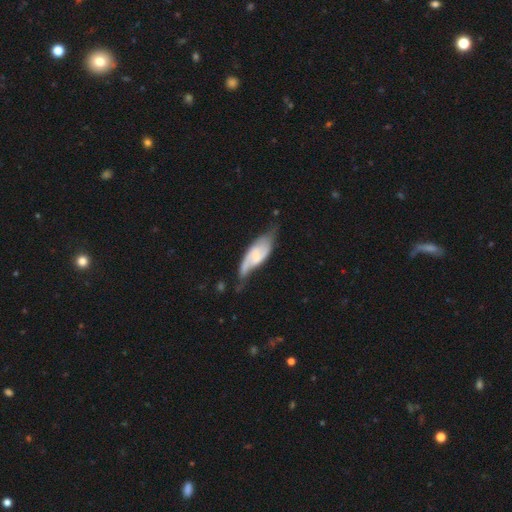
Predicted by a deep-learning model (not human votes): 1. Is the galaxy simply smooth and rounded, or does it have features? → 70% featured or disk, 24% smooth, 6% star or artifact.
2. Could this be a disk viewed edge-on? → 88% no, 12% yes.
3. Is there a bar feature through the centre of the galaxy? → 43% weak, 34% no, 23% strong.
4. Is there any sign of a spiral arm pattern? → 89% yes, 11% no.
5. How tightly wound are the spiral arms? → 47% loose, 38% medium, 16% tight.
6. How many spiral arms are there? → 82% 2, 8% can't tell, 7% 1, 1% 3, 1% 4, 1% more than 4.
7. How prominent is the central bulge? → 40% small, 33% none, 21% moderate, 5% large, 2% dominant.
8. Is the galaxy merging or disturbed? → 46% none, 32% minor disturbance, 18% major disturbance, 4% merger.